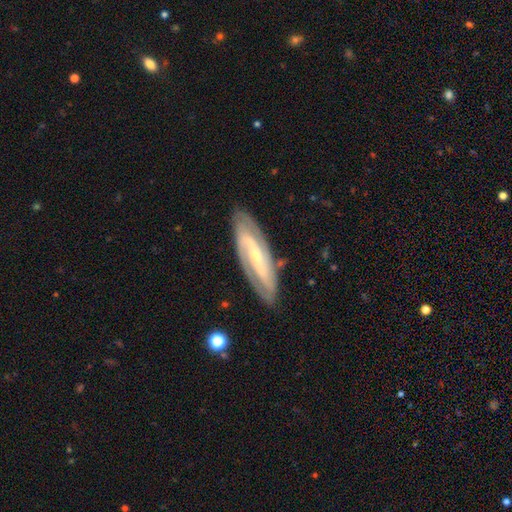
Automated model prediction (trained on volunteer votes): smooth_or_featured: featured or disk (p=0.85) [alt: smooth p=0.10]
disk_edge_on: no (p=0.87) [alt: yes p=0.13]
bar: strong (p=0.50) [alt: weak p=0.30]
has_spiral_arms: yes (p=0.94) [alt: no p=0.06]
spiral_winding: medium (p=0.43) [alt: tight p=0.39]
spiral_arm_count: 2 (p=0.82) [alt: can't tell p=0.09]
bulge_size: small (p=0.69) [alt: moderate p=0.26]
merging: none (p=0.83) [alt: minor disturbance p=0.12]